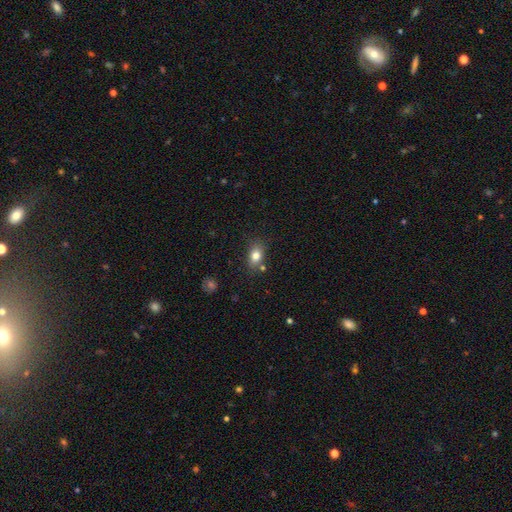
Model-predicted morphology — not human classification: smooth_or_featured: smooth (p=0.80) [alt: star or artifact p=0.10]
how_rounded: in between (p=0.75) [alt: round p=0.22]
merging: none (p=0.76) [alt: minor disturbance p=0.15]